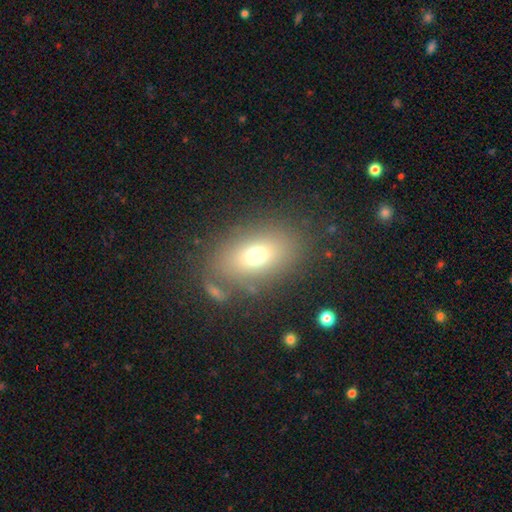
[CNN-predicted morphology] smooth_or_featured: smooth (p=0.70) [alt: featured or disk p=0.18]
how_rounded: in between (p=0.83) [alt: round p=0.15]
merging: none (p=0.76) [alt: minor disturbance p=0.12]